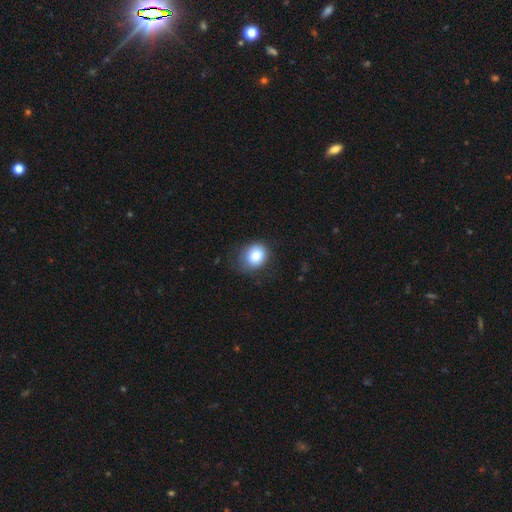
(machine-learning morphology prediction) smooth_or_featured: smooth (p=0.81) [alt: star or artifact p=0.10]
how_rounded: round (p=0.65) [alt: in between p=0.34]
merging: none (p=0.70) [alt: minor disturbance p=0.22]